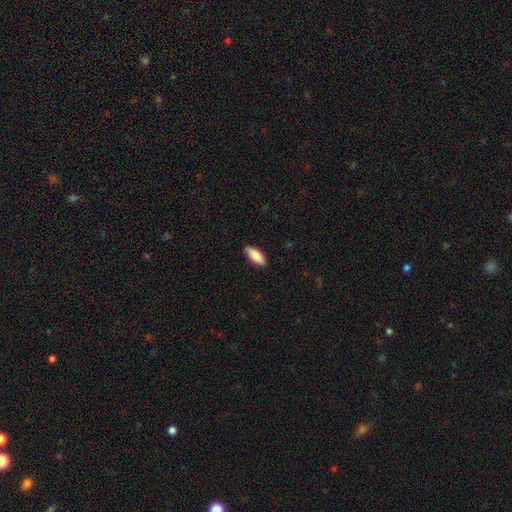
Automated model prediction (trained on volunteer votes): The model was most divided on "how rounded": in between: 79%, cigar-shaped: 19%, round: 2%. More confident: merging — none (89%); smooth or featured — smooth (87%).